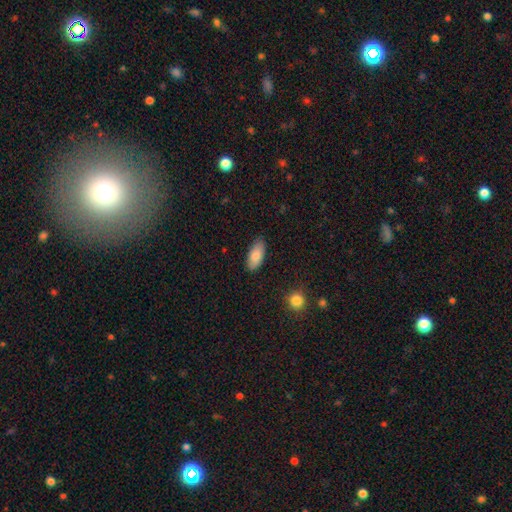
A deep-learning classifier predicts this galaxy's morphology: Smooth or featured? Predicted: smooth (p=0.84). How rounded? Predicted: in between (p=0.88). Merging? Predicted: none (p=0.85).